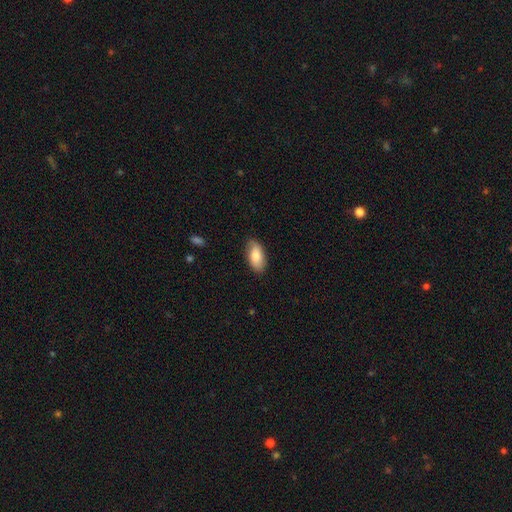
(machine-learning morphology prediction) Q: Smooth or featured?
A: smooth (78%); runner-up: featured or disk (16%)
Q: How rounded?
A: in between (93%); runner-up: cigar-shaped (4%)
Q: Merging?
A: none (83%); runner-up: minor disturbance (13%)